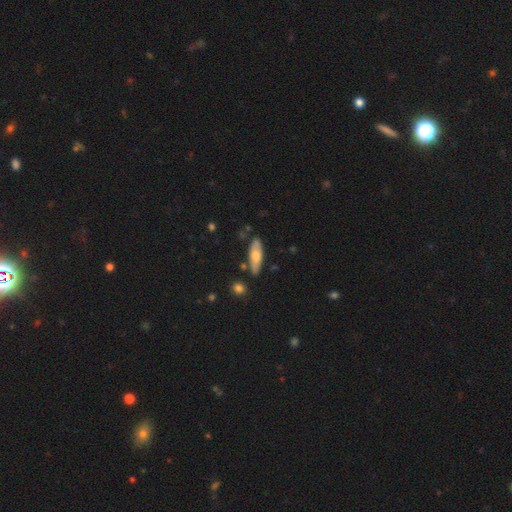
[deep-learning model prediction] Smooth or featured: smooth — 60% (featured or disk — 34%)
How rounded: in between — 53% (cigar-shaped — 45%)
Merging: none — 77% (minor disturbance — 16%)